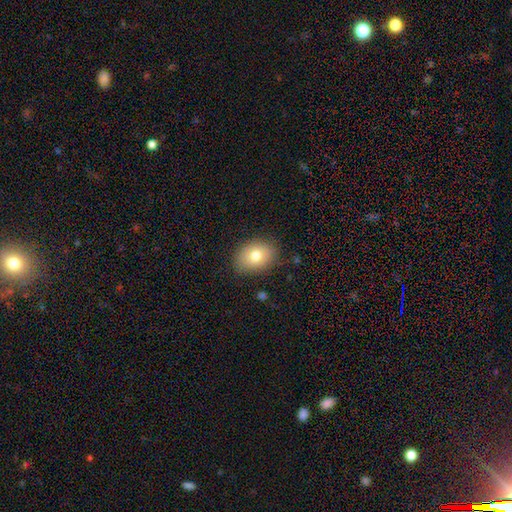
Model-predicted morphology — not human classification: type=smooth (77%); roundness=in between (72%); merging=none (84%).